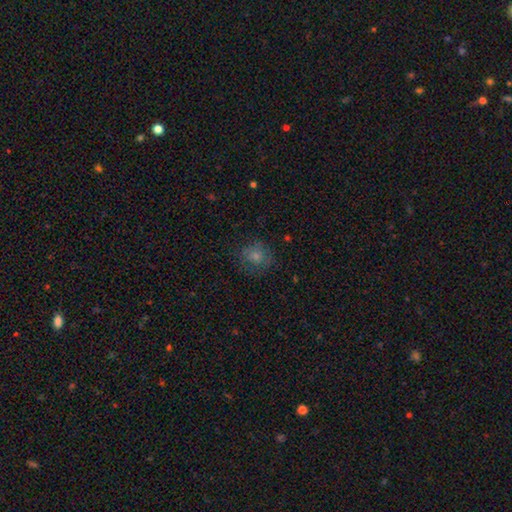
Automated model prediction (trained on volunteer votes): The model was most divided on "merging": none: 71%, minor disturbance: 18%, major disturbance: 9%, merger: 1%. More confident: how rounded — round (81%); smooth or featured — smooth (74%).